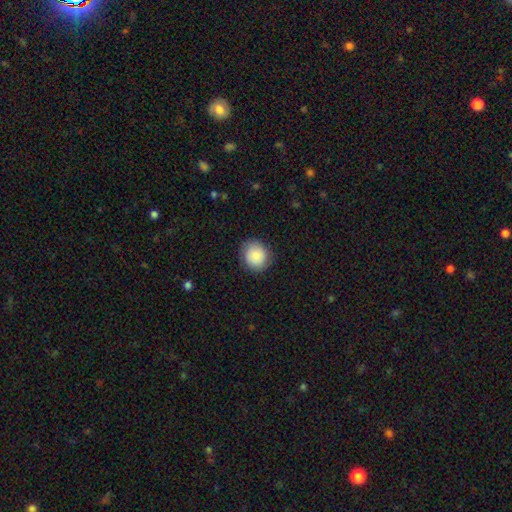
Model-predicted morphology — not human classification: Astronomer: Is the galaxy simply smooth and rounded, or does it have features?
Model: smooth — 87%.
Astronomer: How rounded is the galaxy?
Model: round — 80%.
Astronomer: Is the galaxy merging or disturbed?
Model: none — 86%.